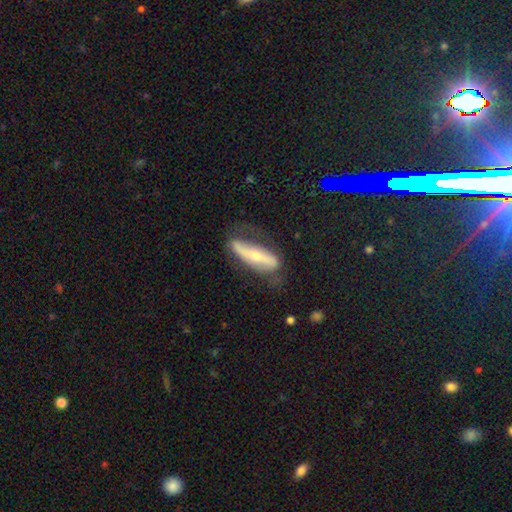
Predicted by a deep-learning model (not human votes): Smooth or featured? Predicted: featured or disk (p=0.66). Edge-on disk? Predicted: no (p=0.58). Merging? Predicted: none (p=0.58).